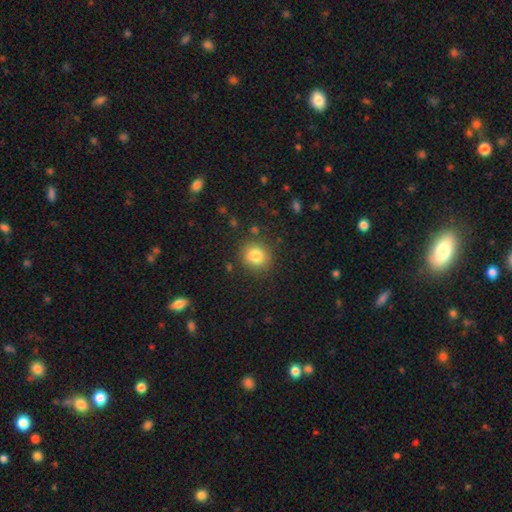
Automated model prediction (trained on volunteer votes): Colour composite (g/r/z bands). It shows a smooth galaxy with no disk features (82%) that is round (83%). Merging: none (86%).